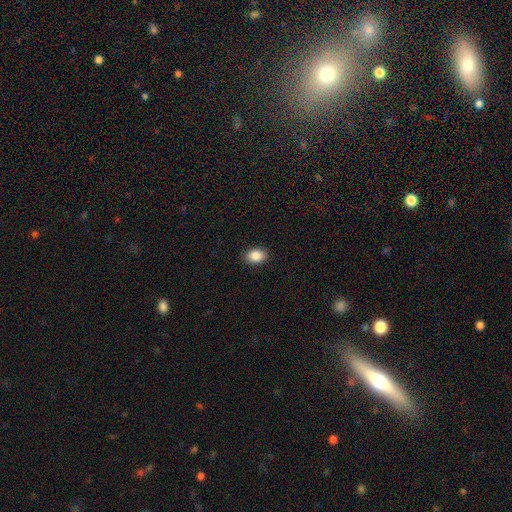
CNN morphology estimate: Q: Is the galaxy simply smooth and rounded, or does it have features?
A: smooth — 88%.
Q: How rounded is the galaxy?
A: in between — 79%.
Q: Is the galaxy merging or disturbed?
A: none — 89%.